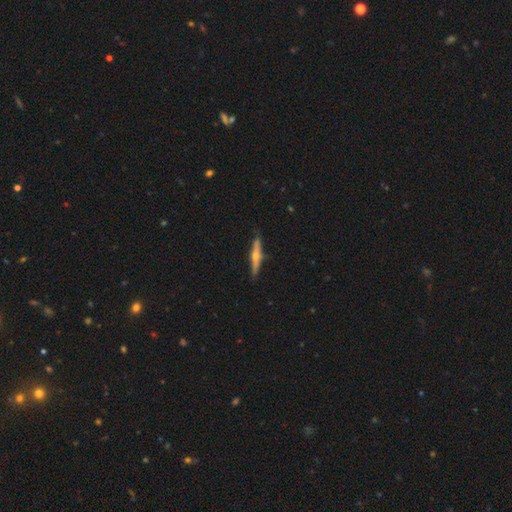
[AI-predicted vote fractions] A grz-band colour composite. It shows a featured or disk galaxy (70%) viewed edge-on (97%) with a rounded central bulge (90%). Merging: none (89%).